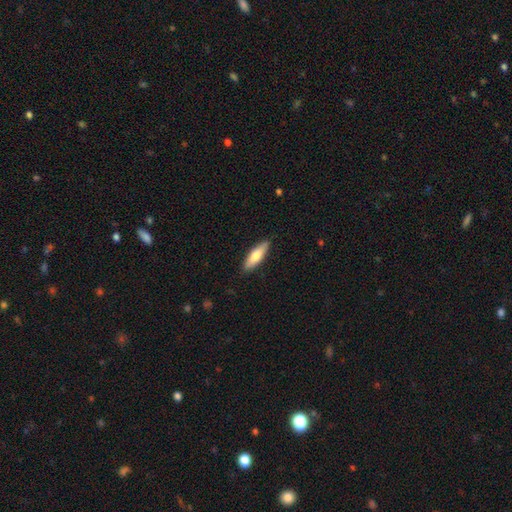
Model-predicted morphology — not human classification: Smooth or featured? smooth (72%)
How rounded? cigar-shaped (50%)
Merging? none (87%)